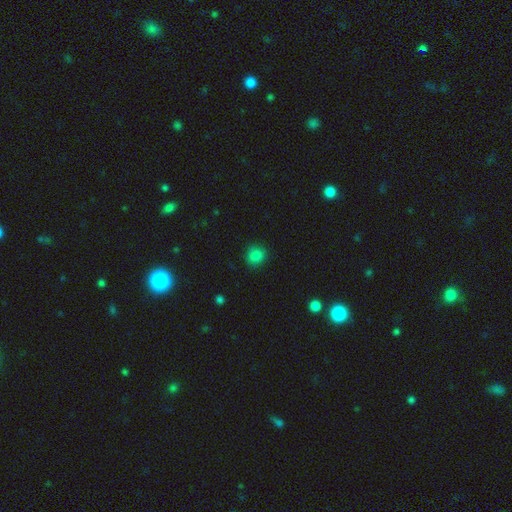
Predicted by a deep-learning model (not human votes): The model was most divided on "how rounded": round: 82%, in between: 17%, cigar-shaped: 1%. More confident: merging — none (86%); smooth or featured — smooth (84%).